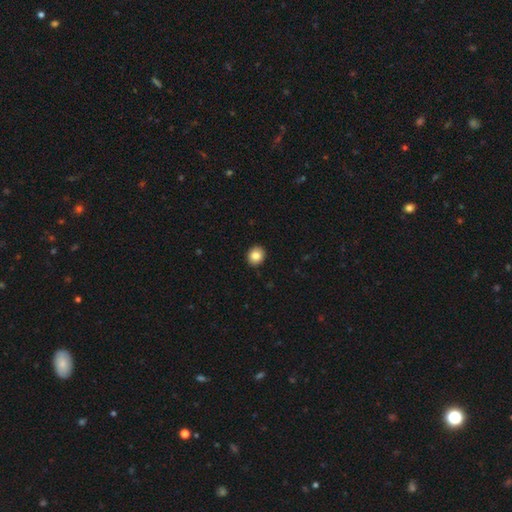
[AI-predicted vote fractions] smooth-or-featured: smooth: 85% | star or artifact: 9% | featured or disk: 6%
  how-rounded: round: 74% | in between: 25% | cigar-shaped: 1%
  merging: none: 92% | minor disturbance: 5% | major disturbance: 1% | merger: 1%